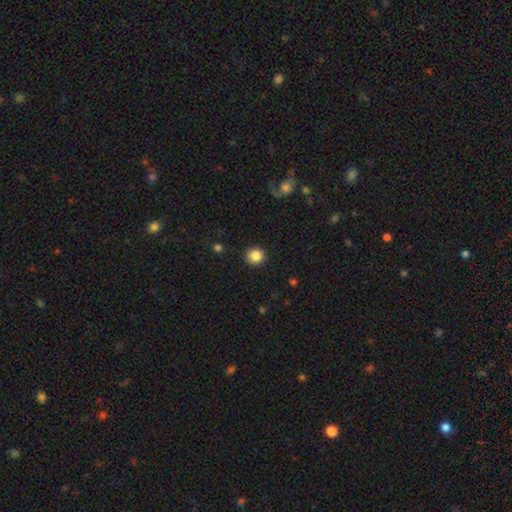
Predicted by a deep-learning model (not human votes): This is clearly a smooth galaxy (86%). How rounded: clearly round (93%). Merging: clearly none (92%).